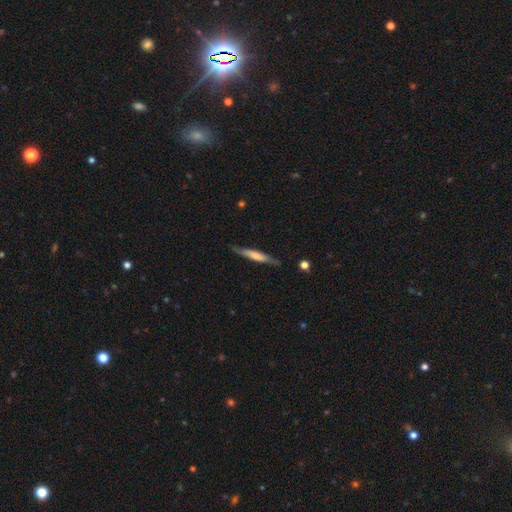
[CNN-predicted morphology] A smooth galaxy with no disk features (53%) that is cigar-shaped (91%).

Vote fractions:
- Smooth or featured? smooth: 53% / featured or disk: 41% / star or artifact: 5%
- How rounded? cigar-shaped: 91% / in between: 7% / round: 1%
- Merging? none: 81% / minor disturbance: 14% / major disturbance: 3% / merger: 2%